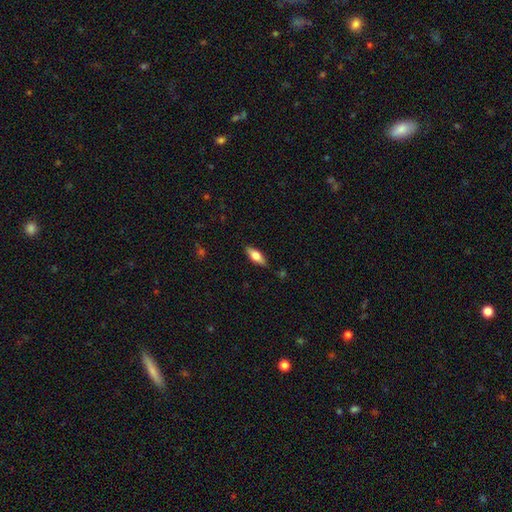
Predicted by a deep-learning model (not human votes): smooth-or-featured: smooth: 64% | featured or disk: 30% | star or artifact: 6%
  how-rounded: in between: 66% | cigar-shaped: 32% | round: 2%
  merging: none: 87% | minor disturbance: 10% | major disturbance: 2% | merger: 1%